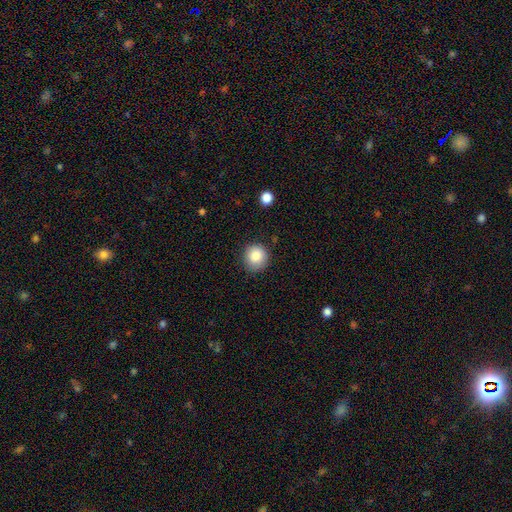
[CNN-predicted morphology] smooth-or-featured: smooth: 85% | star or artifact: 9% | featured or disk: 6%
  how-rounded: round: 92% | in between: 8% | cigar-shaped: 1%
  merging: none: 85% | minor disturbance: 11% | major disturbance: 3% | merger: 1%